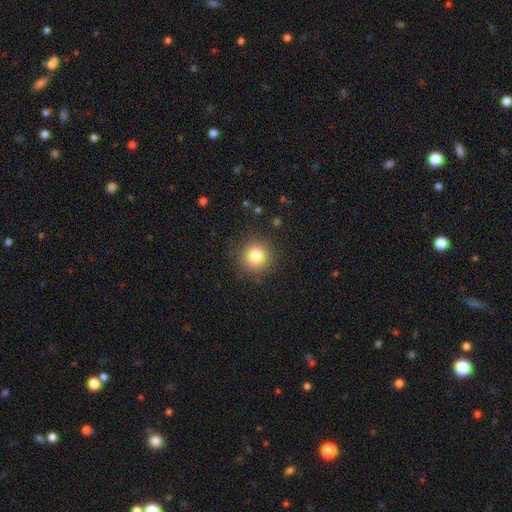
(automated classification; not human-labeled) Morphology: type=smooth (81%); roundness=round (95%); merging=none (89%).